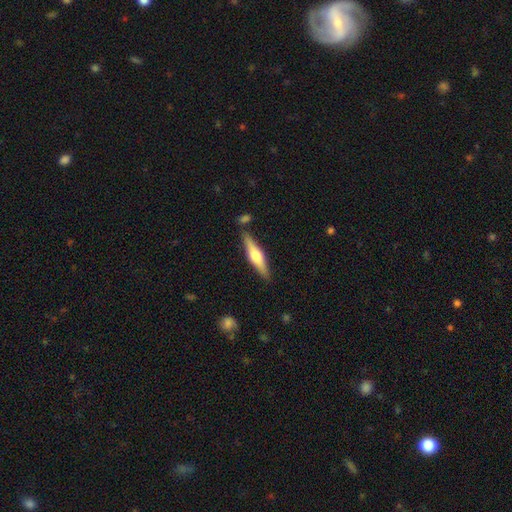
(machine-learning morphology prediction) smooth_or_featured: featured or disk (p=0.56) [alt: smooth p=0.38]
disk_edge_on: yes (p=0.96) [alt: no p=0.04]
edge_on_bulge: rounded (p=0.89) [alt: boxy p=0.08]
merging: none (p=0.84) [alt: minor disturbance p=0.10]